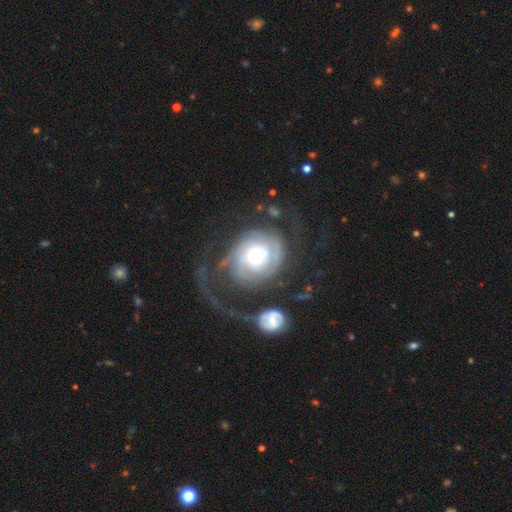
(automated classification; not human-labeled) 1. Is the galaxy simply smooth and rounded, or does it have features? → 82% featured or disk, 12% smooth, 6% star or artifact.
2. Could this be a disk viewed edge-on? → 97% no, 3% yes.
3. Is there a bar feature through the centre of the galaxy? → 76% no, 18% weak, 6% strong.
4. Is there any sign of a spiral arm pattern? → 91% yes, 9% no.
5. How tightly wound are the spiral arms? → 57% tight, 26% medium, 16% loose.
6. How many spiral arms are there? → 36% 2, 32% can't tell, 12% 3, 10% 1, 6% 4, 5% more than 4.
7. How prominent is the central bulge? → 64% moderate, 20% small, 13% large, 2% dominant, 1% none.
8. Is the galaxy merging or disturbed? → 38% major disturbance, 37% none, 14% minor disturbance, 10% merger.